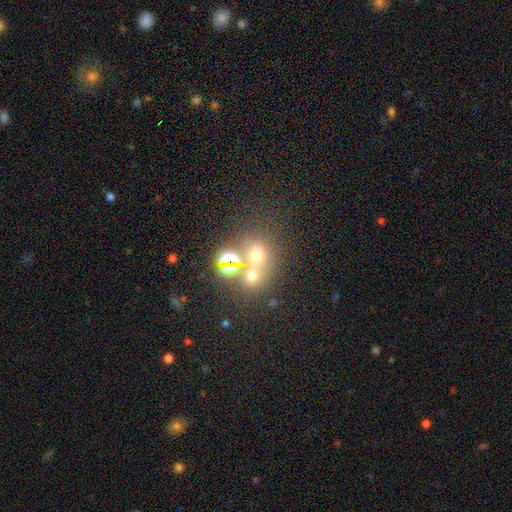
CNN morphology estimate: Smooth or featured?
  - smooth: 50% *
  - star or artifact: 30%
  - featured or disk: 20%
How rounded?
  - round: 74% *
  - in between: 25%
  - cigar-shaped: 1%
Merging?
  - none: 46% *
  - merger: 41%
  - minor disturbance: 8%
  - major disturbance: 5%